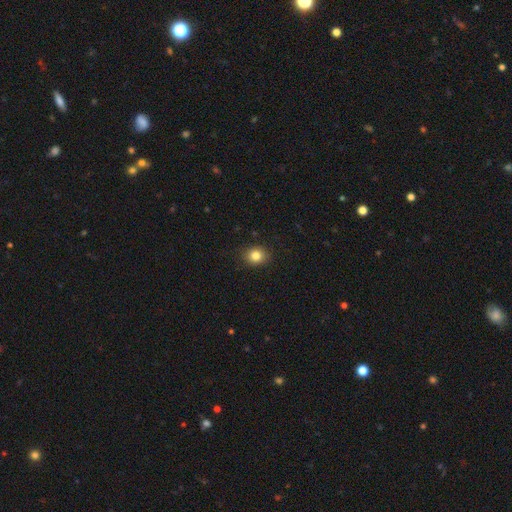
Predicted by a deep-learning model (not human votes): Q: Smooth or featured?
A: smooth (83%); runner-up: star or artifact (11%)
Q: How rounded?
A: round (67%); runner-up: in between (32%)
Q: Merging?
A: none (89%); runner-up: minor disturbance (8%)